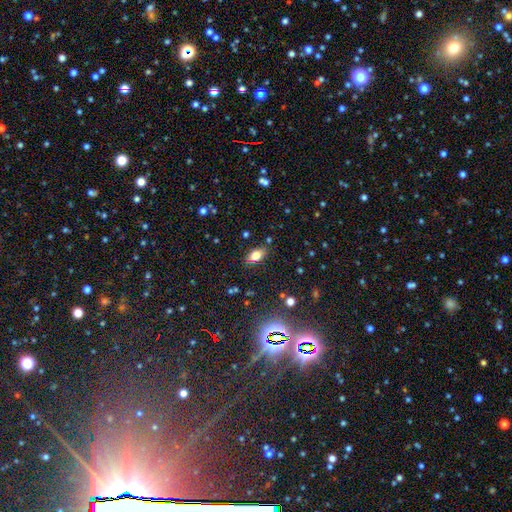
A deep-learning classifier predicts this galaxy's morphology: This is likely a smooth galaxy (75%). How rounded: clearly in between (87%). Merging: clearly none (83%).